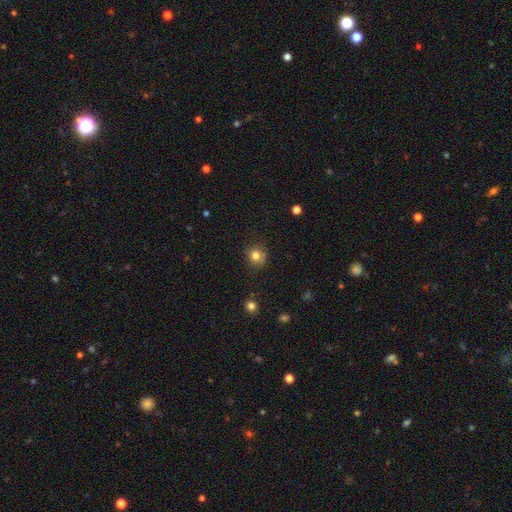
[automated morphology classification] Smooth or featured? smooth (80%)
How rounded? round (84%)
Merging? none (79%)